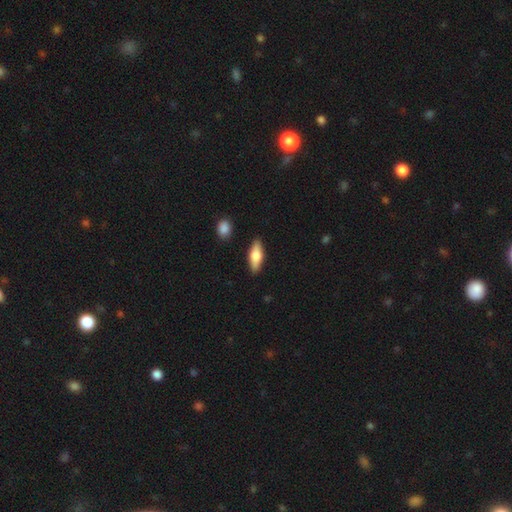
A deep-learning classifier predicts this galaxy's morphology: smooth 65%, featured or disk 29%, star or artifact 6%. Down the decision tree: how rounded — in between (62%); merging — none (88%).